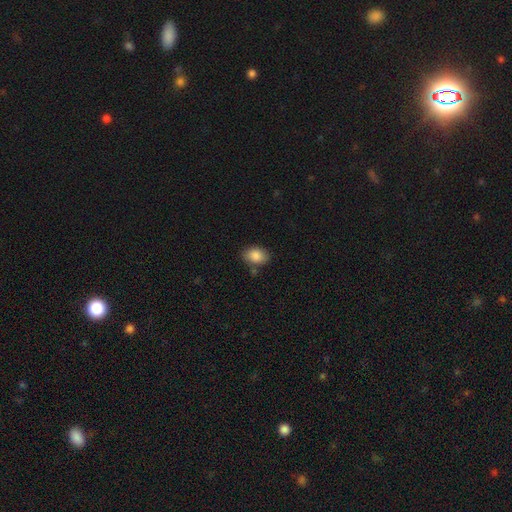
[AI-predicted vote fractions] This appears to be a smooth galaxy with no disk features (87%) that is in between round and cigar-shaped (78%). Merging: none (77%).